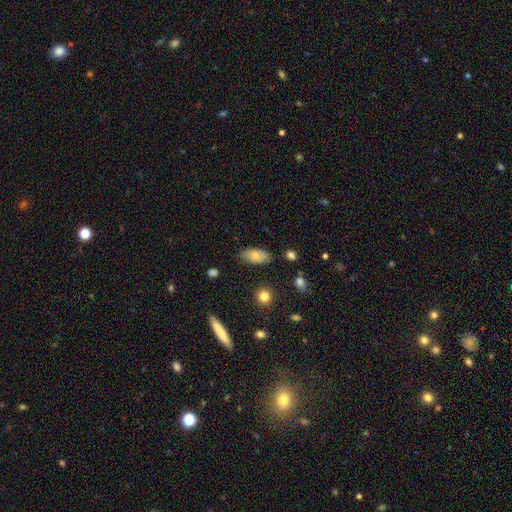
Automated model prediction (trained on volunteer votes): smooth-or-featured: smooth: 73% | featured or disk: 19% | star or artifact: 7%
  how-rounded: in between: 91% | cigar-shaped: 6% | round: 3%
  merging: none: 79% | minor disturbance: 16% | major disturbance: 3% | merger: 2%